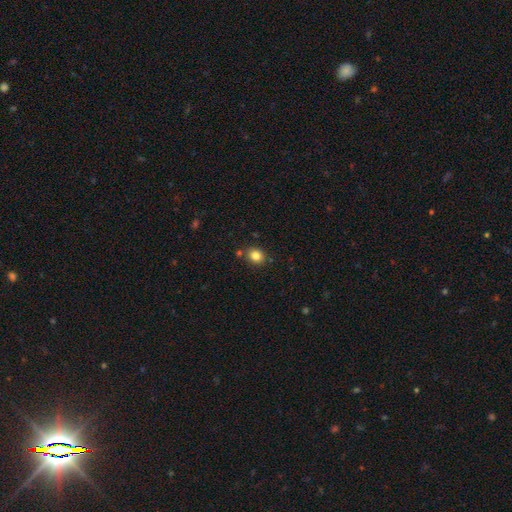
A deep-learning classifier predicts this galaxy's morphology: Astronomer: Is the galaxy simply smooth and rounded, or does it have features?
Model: smooth — 84%.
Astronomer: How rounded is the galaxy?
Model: round — 62% (runner-up: in between, 37%).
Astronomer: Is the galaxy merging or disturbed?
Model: none — 81%.